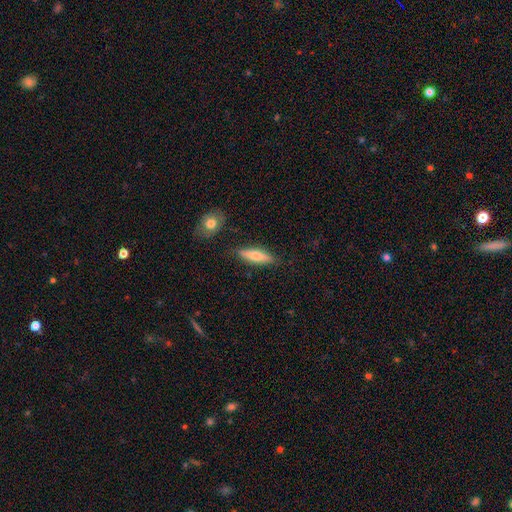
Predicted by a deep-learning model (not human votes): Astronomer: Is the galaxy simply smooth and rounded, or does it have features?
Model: smooth — 68%.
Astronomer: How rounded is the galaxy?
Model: cigar-shaped — 65%.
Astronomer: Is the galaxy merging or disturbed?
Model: none — 83%.